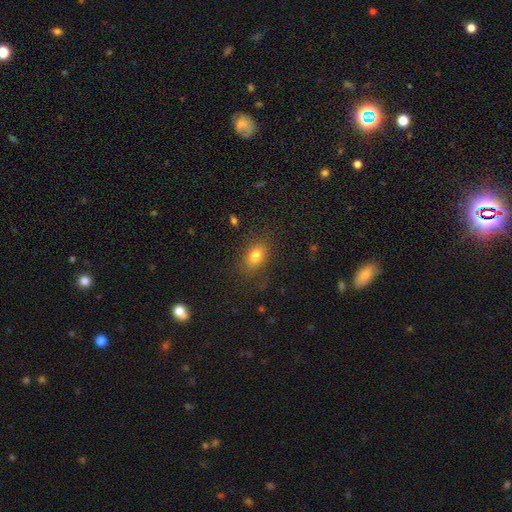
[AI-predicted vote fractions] Smooth or featured: smooth — 78% (star or artifact — 12%)
How rounded: in between — 79% (round — 19%)
Merging: none — 80% (minor disturbance — 14%)